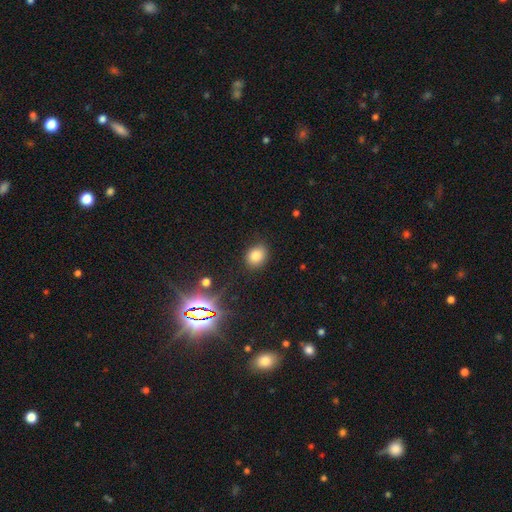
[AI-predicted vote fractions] A smooth galaxy with no disk features (79%) that is round (55%).

Vote fractions:
- Smooth or featured? smooth: 79% / star or artifact: 14% / featured or disk: 7%
- How rounded? round: 55% / in between: 44% / cigar-shaped: 1%
- Merging? none: 85% / minor disturbance: 10% / major disturbance: 3% / merger: 2%